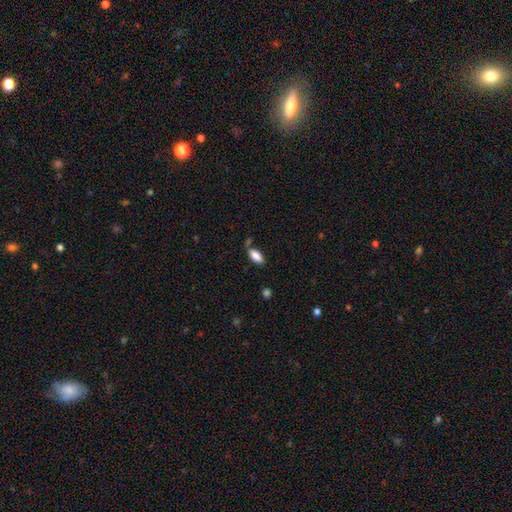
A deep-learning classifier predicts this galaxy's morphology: smooth-or-featured: smooth: 86% | star or artifact: 7% | featured or disk: 6%
  how-rounded: in between: 90% | cigar-shaped: 7% | round: 2%
  merging: none: 66% | minor disturbance: 19% | merger: 9% | major disturbance: 5%